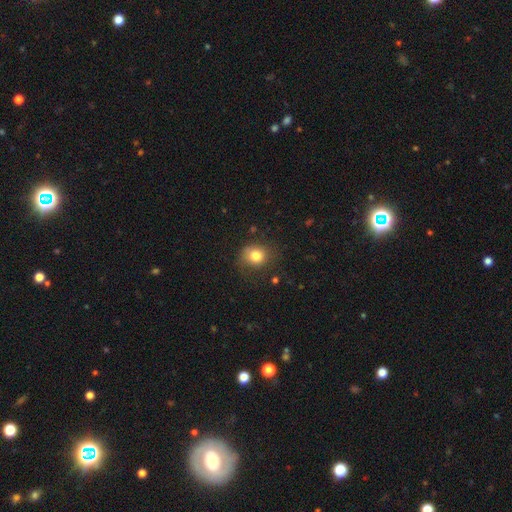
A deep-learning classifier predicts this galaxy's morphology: Overall: smooth (79%). How rounded: round (76%). Merging: none (72%).